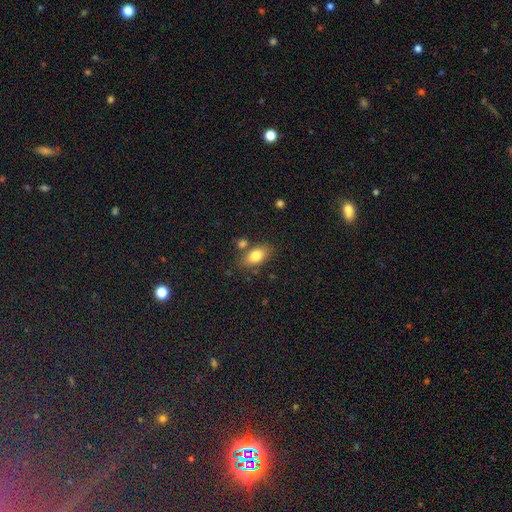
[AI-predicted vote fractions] Smooth or featured? smooth (80%)
How rounded? in between (88%)
Merging? none (73%)